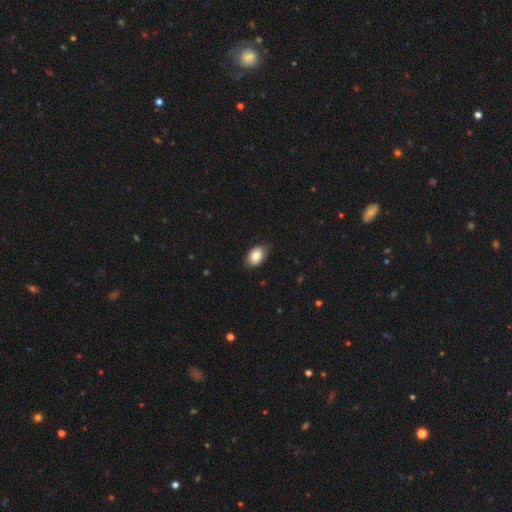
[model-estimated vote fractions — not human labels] smooth_or_featured: smooth (p=0.84) [alt: featured or disk p=0.09]
how_rounded: in between (p=0.84) [alt: round p=0.15]
merging: none (p=0.78) [alt: minor disturbance p=0.18]